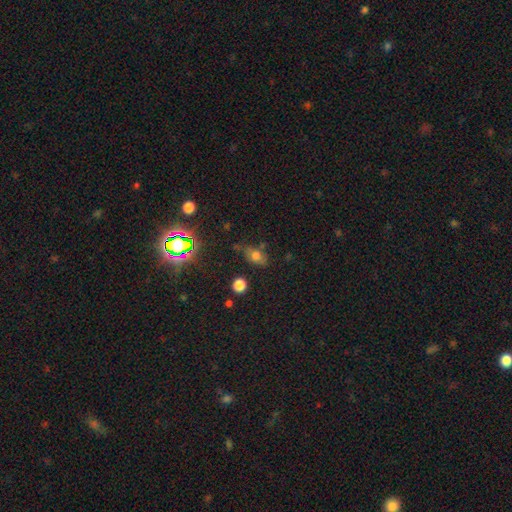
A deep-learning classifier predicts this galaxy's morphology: Smooth or featured? Predicted: smooth (p=0.65). How rounded? Predicted: in between (p=0.72). Merging? Predicted: none (p=0.63).